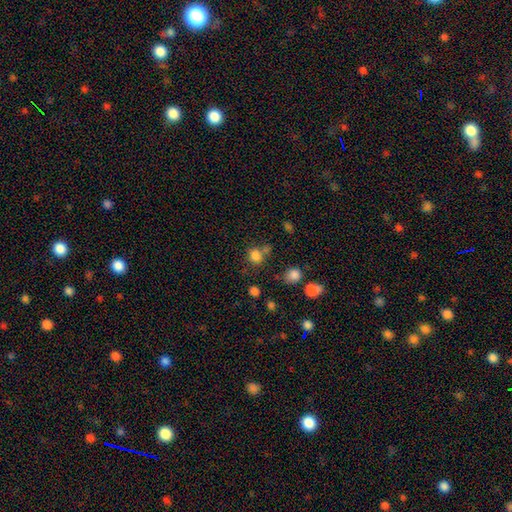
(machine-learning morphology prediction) A smooth galaxy with no disk features (79%) that is round (76%). Merging: none (60%).